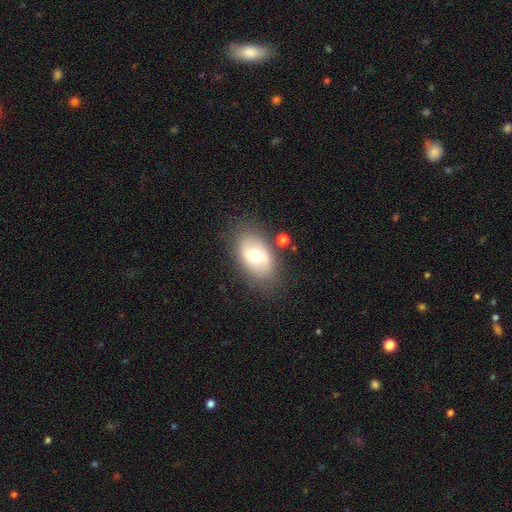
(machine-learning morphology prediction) A smooth galaxy with no disk features (61%) that is in between round and cigar-shaped (89%).

Vote fractions:
- Smooth or featured? smooth: 61% / featured or disk: 31% / star or artifact: 8%
- How rounded? in between: 89% / round: 9% / cigar-shaped: 2%
- Merging? none: 78% / minor disturbance: 14% / major disturbance: 4% / merger: 4%